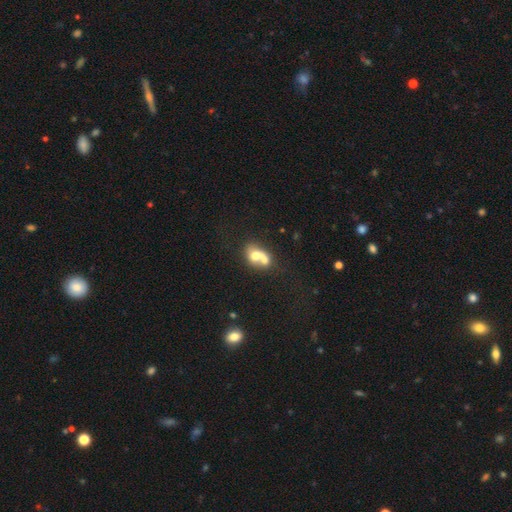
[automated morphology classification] type=smooth (60%); roundness=in between (52%); merging=merger (67%).